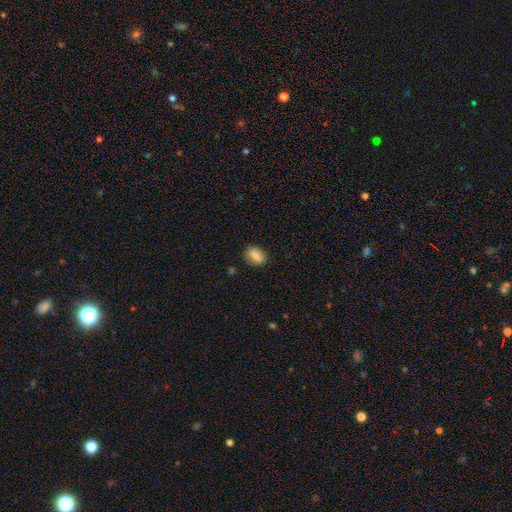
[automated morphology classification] Q: Smooth or featured?
A: smooth (75%); runner-up: featured or disk (17%)
Q: How rounded?
A: in between (66%); runner-up: round (31%)
Q: Merging?
A: none (82%); runner-up: minor disturbance (14%)